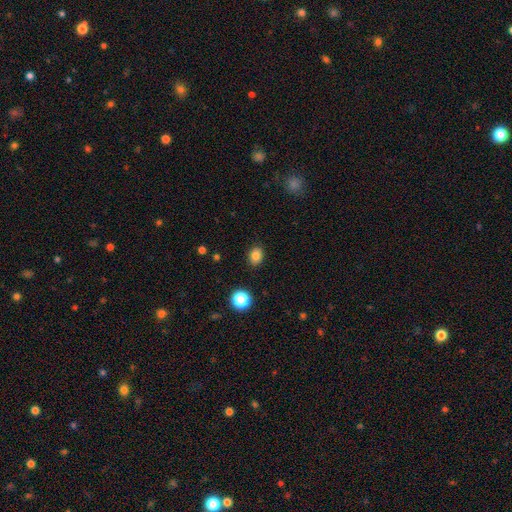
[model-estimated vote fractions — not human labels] smooth 82%, star or artifact 12%, featured or disk 7%. Down the decision tree: how rounded — in between (58%); merging — none (88%).